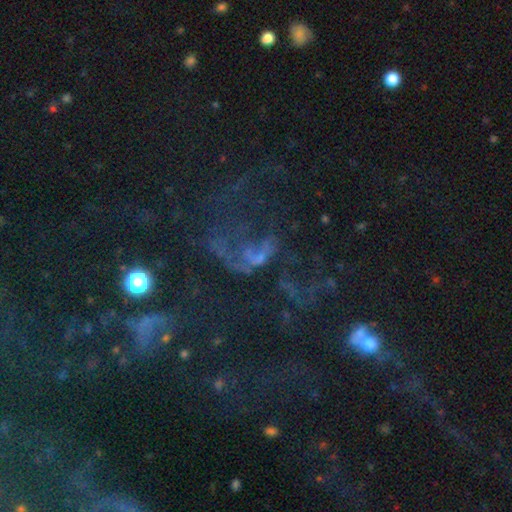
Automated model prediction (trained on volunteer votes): Smooth or featured? star or artifact (42%)